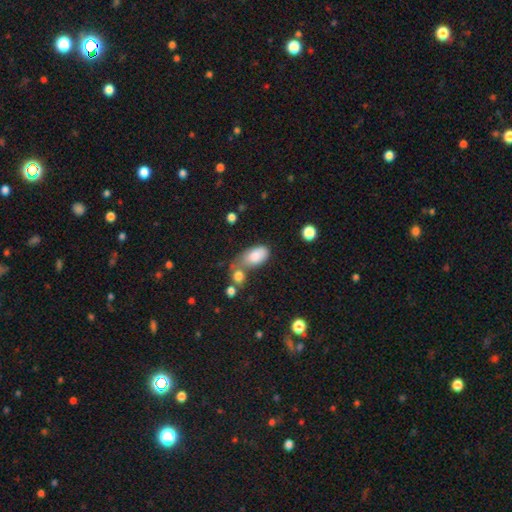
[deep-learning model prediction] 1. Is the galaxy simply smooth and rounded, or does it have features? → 83% smooth, 9% featured or disk, 7% star or artifact.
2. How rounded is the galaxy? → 93% in between, 5% round, 3% cigar-shaped.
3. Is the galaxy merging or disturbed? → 37% merger, 33% none, 20% minor disturbance, 11% major disturbance.